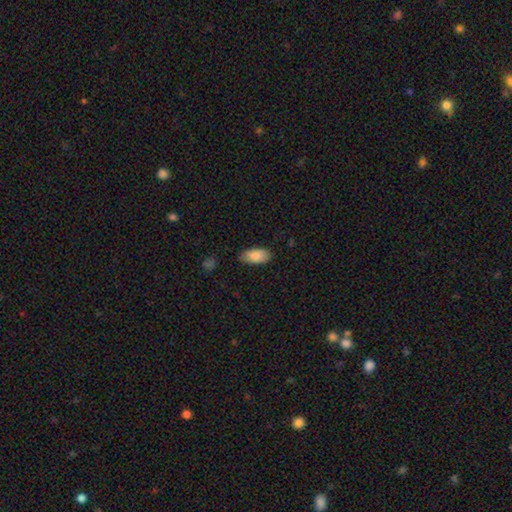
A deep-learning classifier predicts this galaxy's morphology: The model was most divided on "merging": none: 80%, minor disturbance: 16%, major disturbance: 3%, merger: 1%. More confident: how rounded — in between (92%); smooth or featured — smooth (86%).